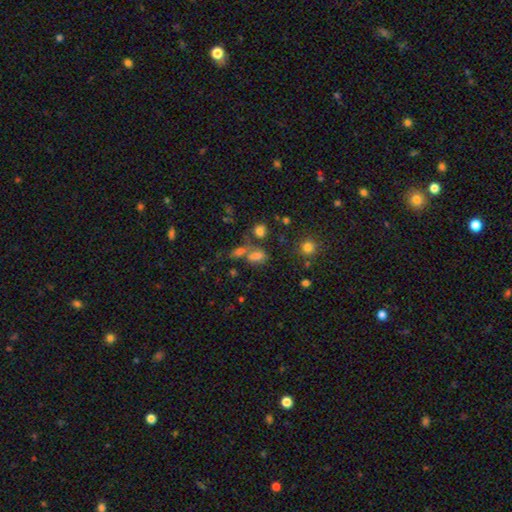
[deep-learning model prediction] Q: Smooth or featured?
A: smooth (64%); runner-up: star or artifact (24%)
Q: How rounded?
A: in between (76%); runner-up: round (18%)
Q: Merging?
A: none (46%); runner-up: merger (33%)